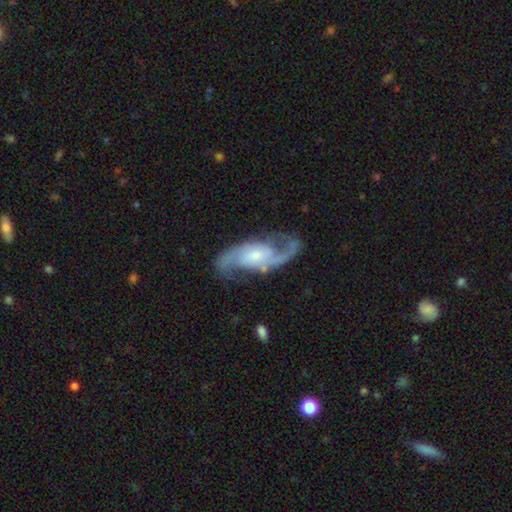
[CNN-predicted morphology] The model was most divided on "bulge size": moderate: 44%, small: 41%, large: 8%, none: 6%, dominant: 1%. Remaining: spiral arms — yes (98%); edge-on disk — no (96%); spiral arm count — 2 (93%); smooth or featured — featured or disk (91%); merging — none (77%); spiral winding — medium (50%); bar — no (45%).